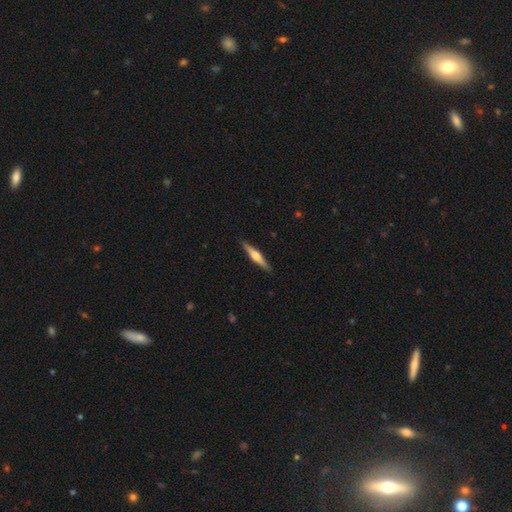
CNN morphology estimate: Overall: featured or disk (70%). Edge-on disk: yes (98%). Edge-on bulge: rounded (92%). Merging: none (91%).